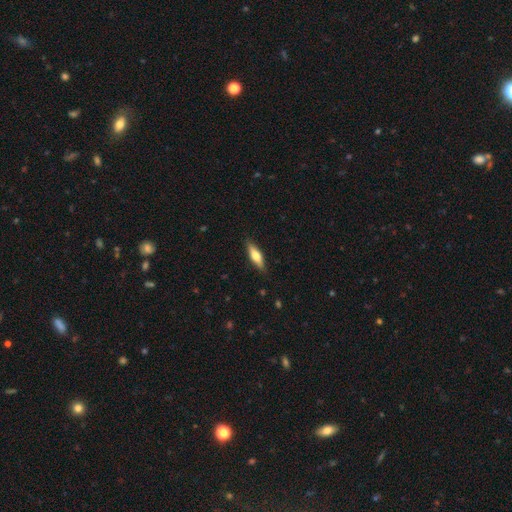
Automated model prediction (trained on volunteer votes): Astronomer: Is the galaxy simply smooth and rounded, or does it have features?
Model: smooth — 56% (runner-up: featured or disk, 38%).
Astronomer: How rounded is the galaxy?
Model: cigar-shaped — 55% (runner-up: in between, 43%).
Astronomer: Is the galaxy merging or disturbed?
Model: none — 87%.